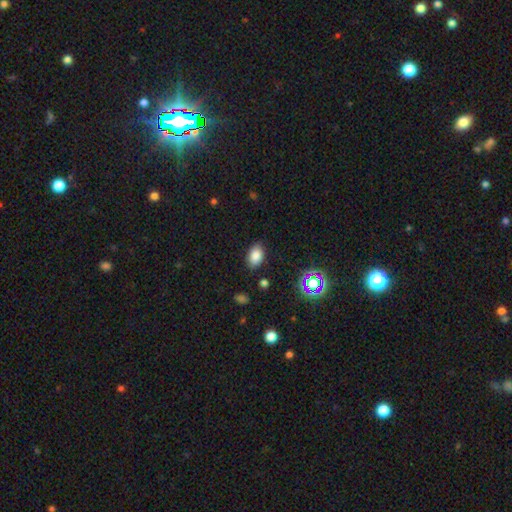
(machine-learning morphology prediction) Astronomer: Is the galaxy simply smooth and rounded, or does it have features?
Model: smooth — 81%.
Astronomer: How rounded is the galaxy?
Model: in between — 88%.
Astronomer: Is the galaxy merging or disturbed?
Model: none — 85%.